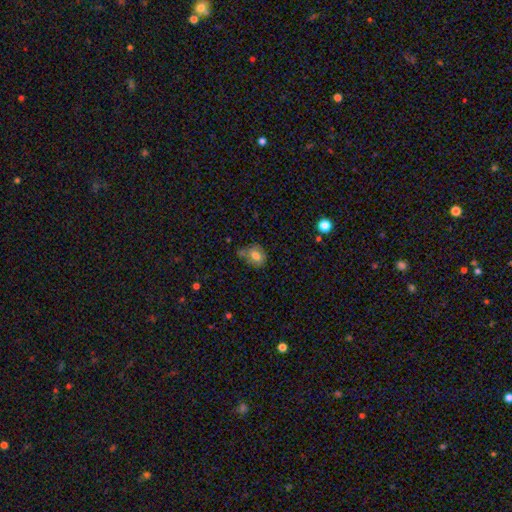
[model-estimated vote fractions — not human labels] Overall: smooth (71%). How rounded: in between (51%; round 48%). Merging: none (54%; minor disturbance 25%).